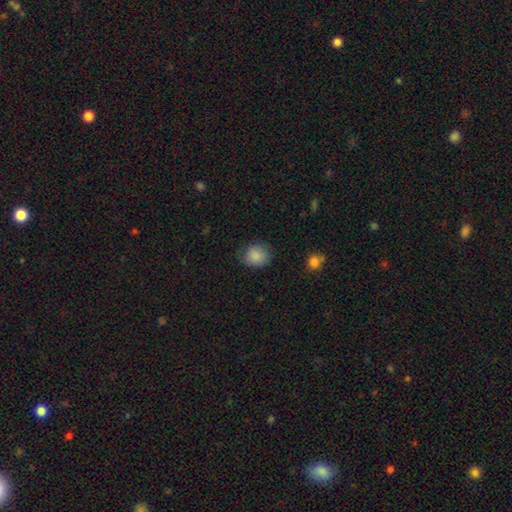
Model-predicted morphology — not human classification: Smooth or featured? smooth (87%)
How rounded? round (78%)
Merging? none (77%)